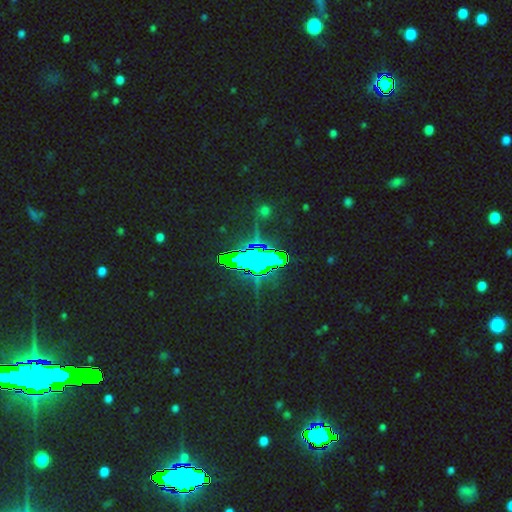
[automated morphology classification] Overall: star or artifact (79%).